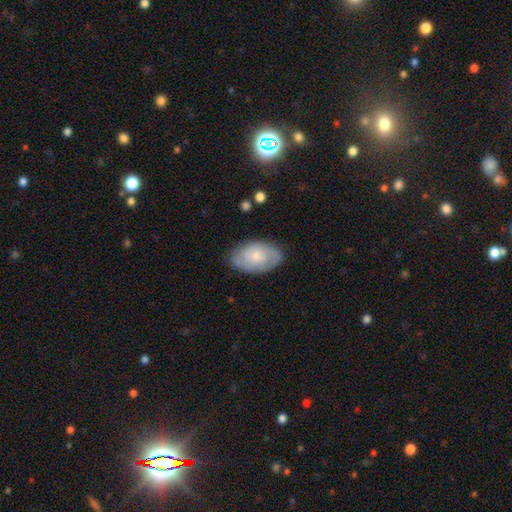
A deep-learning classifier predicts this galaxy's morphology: type=featured or disk (49%); merging=none (77%).